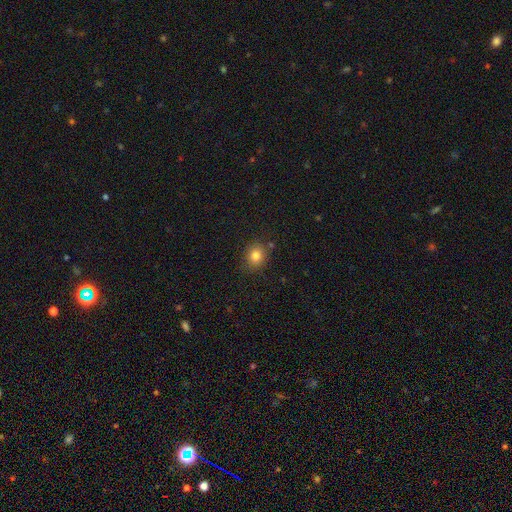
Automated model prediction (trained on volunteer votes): smooth-or-featured: smooth: 82% | star or artifact: 11% | featured or disk: 7%
  how-rounded: round: 71% | in between: 28% | cigar-shaped: 1%
  merging: none: 81% | minor disturbance: 13% | merger: 4% | major disturbance: 3%